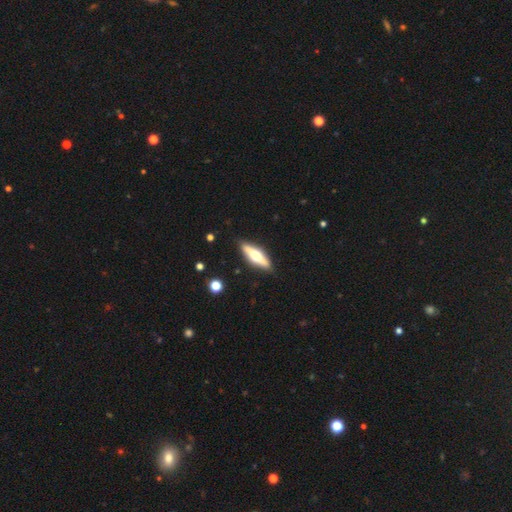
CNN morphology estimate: This is possibly a featured or disk galaxy (52%). It is clearly viewed edge-on (89%). Merging: clearly none (88%).